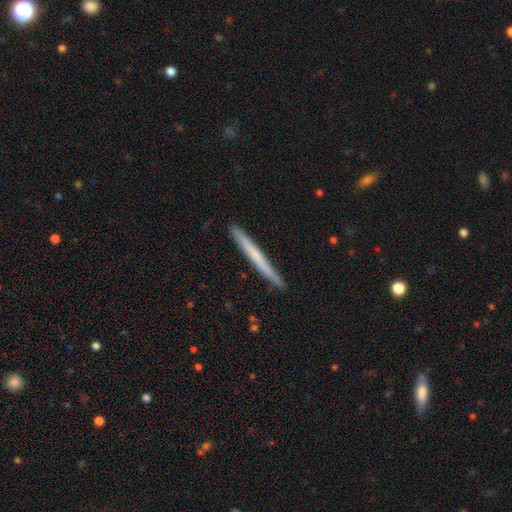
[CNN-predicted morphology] Smooth or featured?
  - smooth: 55% *
  - featured or disk: 40%
  - star or artifact: 6%
How rounded?
  - cigar-shaped: 97% *
  - in between: 2%
  - round: 1%
Merging?
  - none: 91% *
  - minor disturbance: 6%
  - major disturbance: 1%
  - merger: 1%